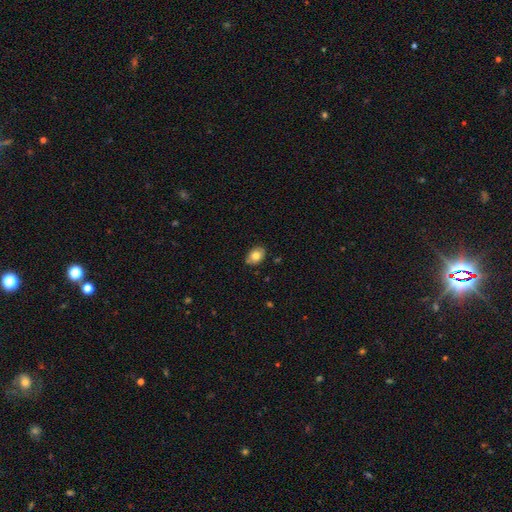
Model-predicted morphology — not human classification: smooth_or_featured: smooth (p=0.78) [alt: featured or disk p=0.14]
how_rounded: in between (p=0.70) [alt: round p=0.29]
merging: none (p=0.84) [alt: minor disturbance p=0.13]